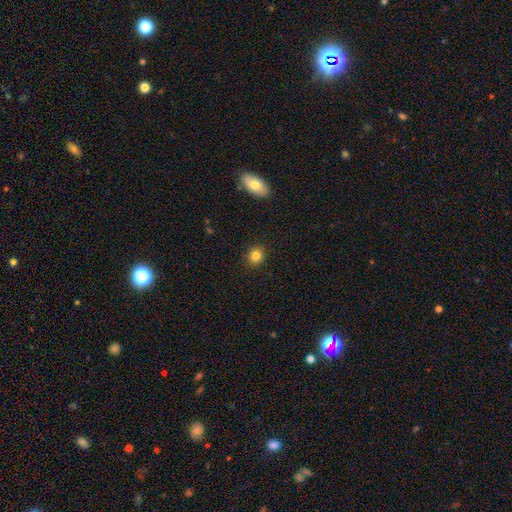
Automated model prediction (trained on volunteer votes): Overall: smooth (85%). How rounded: round (75%). Merging: none (89%).